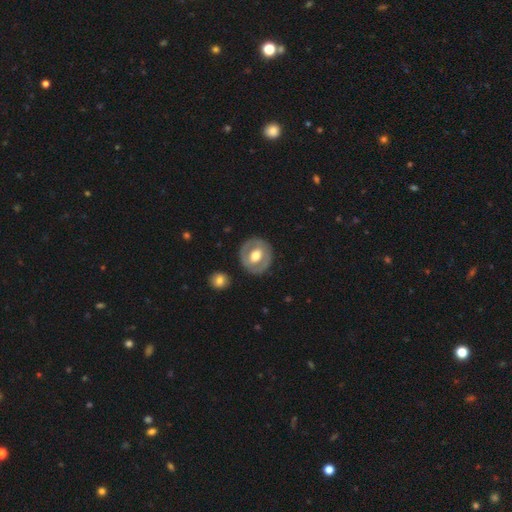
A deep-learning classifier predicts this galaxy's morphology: Overall: featured or disk (56%; smooth 39%). Edge-on disk: no (95%). Bar: no (44%; weak 37%). Spiral arms: no (74%). Bulge size: moderate (63%; large 30%). Merging: none (85%).